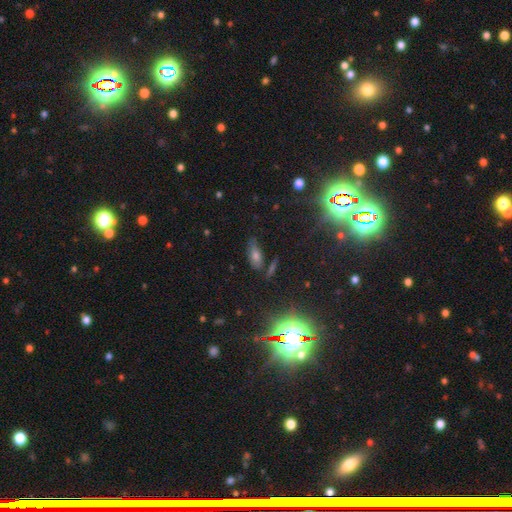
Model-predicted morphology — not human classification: Smooth or featured: smooth — 50% (star or artifact — 30%)
How rounded: in between — 77% (cigar-shaped — 16%)
Merging: none — 70% (minor disturbance — 18%)